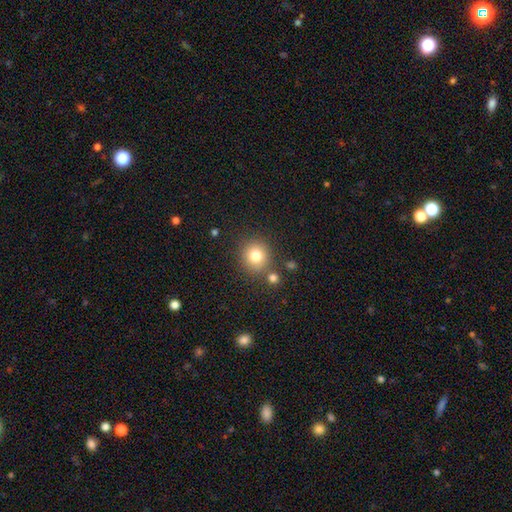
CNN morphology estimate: A smooth galaxy with no disk features (79%) that is round (90%). Merging: none (80%).